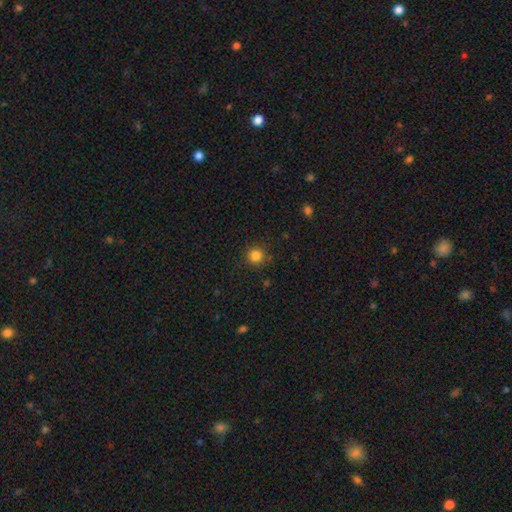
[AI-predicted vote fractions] This appears to be a smooth galaxy with no disk features (84%) that is round (93%). Merging: none (87%).